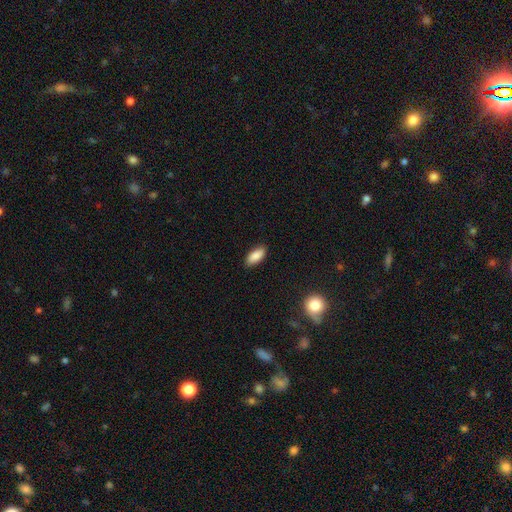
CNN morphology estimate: This is clearly a smooth galaxy (88%). How rounded: clearly in between (87%). Merging: clearly none (87%).